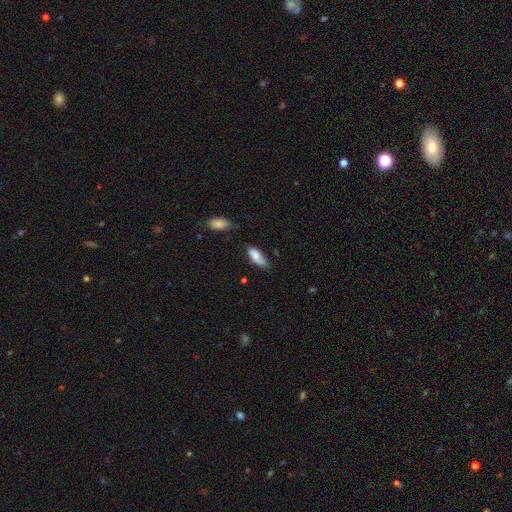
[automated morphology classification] Smooth or featured?
  - smooth: 74% *
  - featured or disk: 19%
  - star or artifact: 7%
How rounded?
  - in between: 79% *
  - cigar-shaped: 19%
  - round: 2%
Merging?
  - none: 47% *
  - minor disturbance: 36%
  - major disturbance: 12%
  - merger: 5%